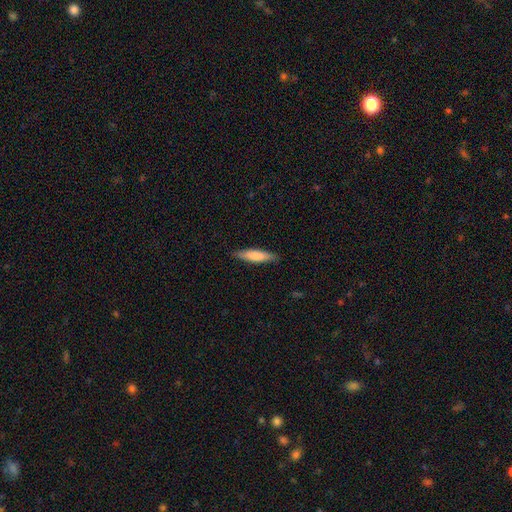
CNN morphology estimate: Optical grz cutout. It shows a smooth galaxy with no disk features (78%) that is cigar-shaped (77%). Merging: none (87%).